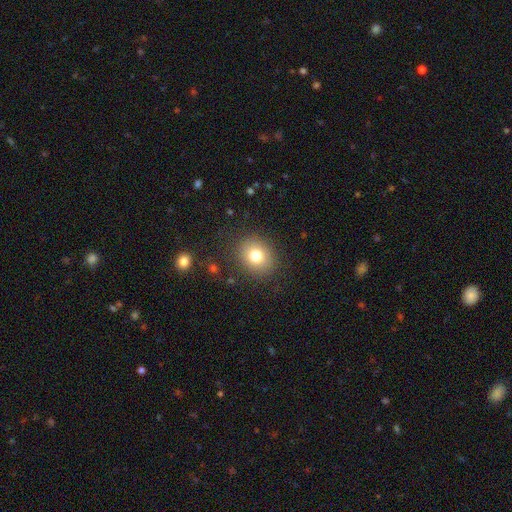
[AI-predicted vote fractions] Smooth or featured? Predicted: smooth (p=0.77). How rounded? Predicted: round (p=0.64). Merging? Predicted: none (p=0.86).